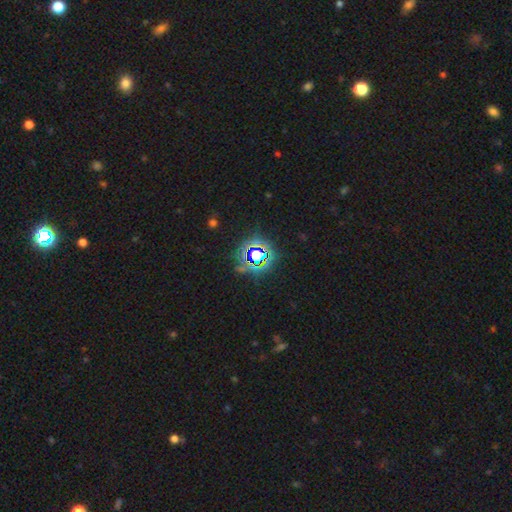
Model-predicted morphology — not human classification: A star or artifact, not a galaxy (72%).